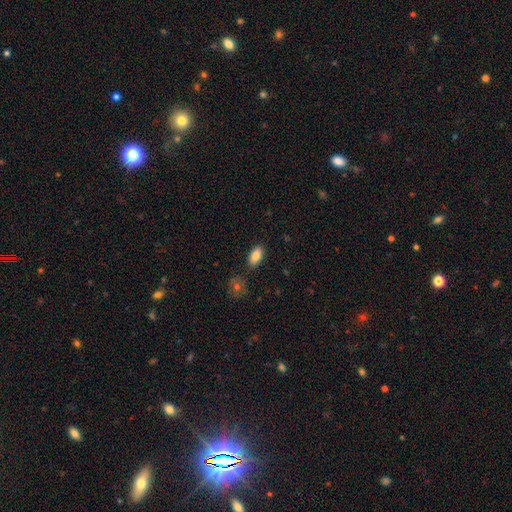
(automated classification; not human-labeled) Overall: smooth (84%). How rounded: in between (92%). Merging: none (84%).